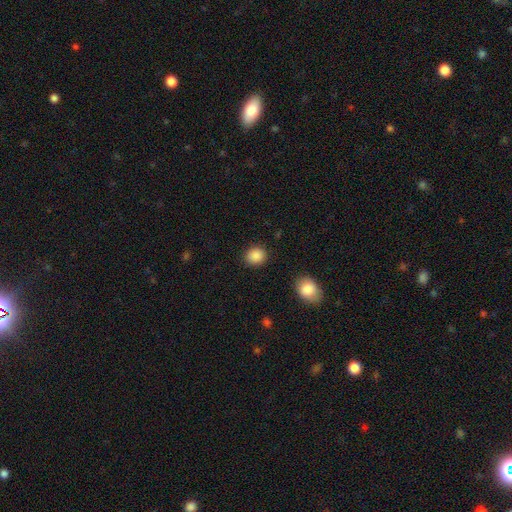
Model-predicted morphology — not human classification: type=smooth (88%); roundness=round (77%); merging=none (89%).